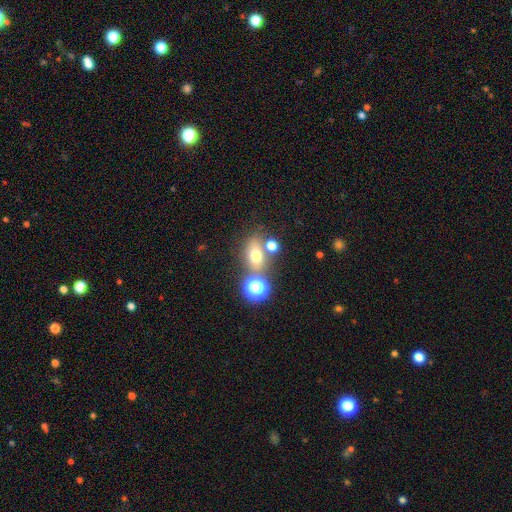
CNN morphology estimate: smooth-or-featured: smooth: 65% | star or artifact: 19% | featured or disk: 16%
  how-rounded: in between: 60% | round: 38% | cigar-shaped: 2%
  merging: none: 60% | merger: 22% | minor disturbance: 12% | major disturbance: 5%